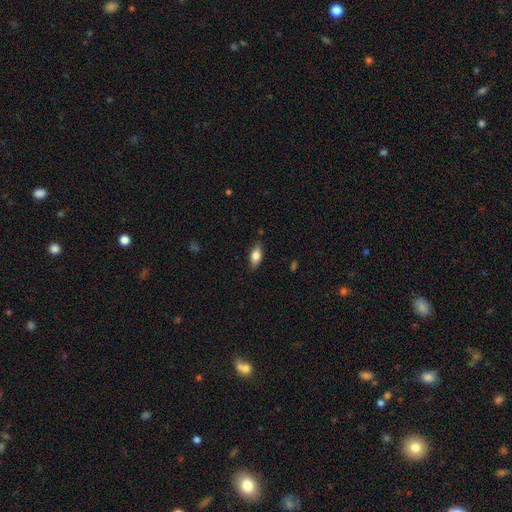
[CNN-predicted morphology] smooth-or-featured: smooth: 76% | featured or disk: 17% | star or artifact: 7%
  how-rounded: in between: 84% | cigar-shaped: 13% | round: 3%
  merging: none: 84% | minor disturbance: 12% | major disturbance: 2% | merger: 1%